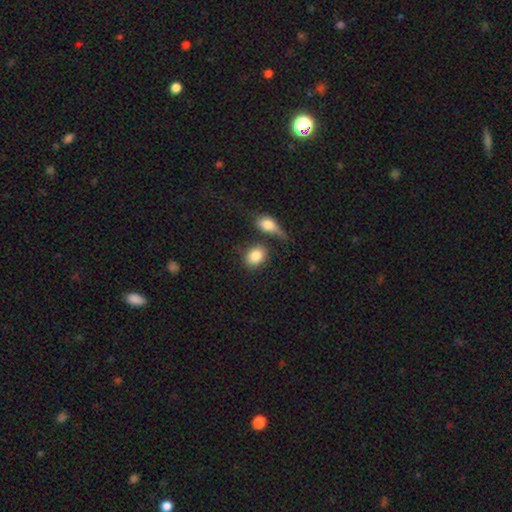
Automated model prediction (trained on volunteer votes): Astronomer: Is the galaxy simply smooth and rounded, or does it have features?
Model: smooth — 84%.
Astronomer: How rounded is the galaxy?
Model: in between — 58% (runner-up: round, 40%).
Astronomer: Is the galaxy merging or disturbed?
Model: none — 58%.